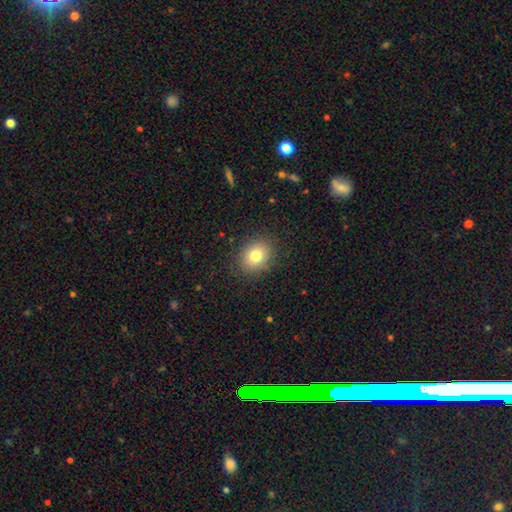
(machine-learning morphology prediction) Overall: smooth (79%). How rounded: round (54%; in between 45%). Merging: none (87%).